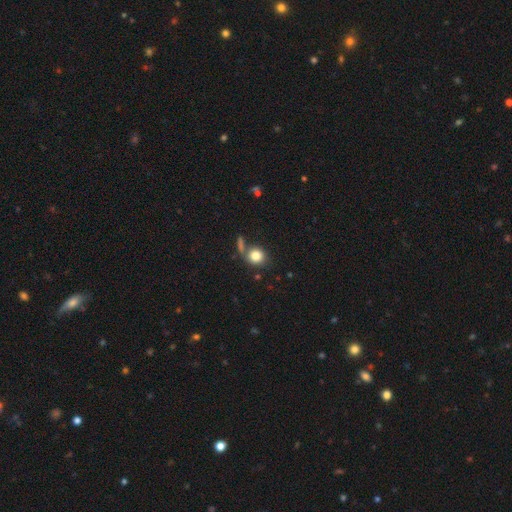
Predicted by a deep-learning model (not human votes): This appears to be a smooth galaxy with no disk features (82%) that is round (80%). Merging: none (63%).